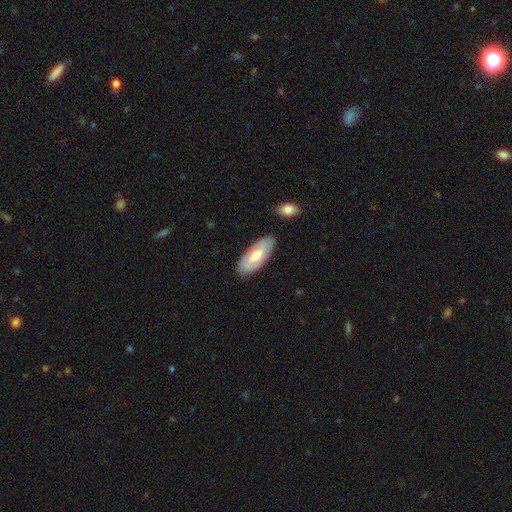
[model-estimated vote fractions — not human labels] Smooth or featured?
  - featured or disk: 49% *
  - smooth: 46%
  - star or artifact: 5%
Merging?
  - none: 86% *
  - minor disturbance: 10%
  - major disturbance: 2%
  - merger: 2%